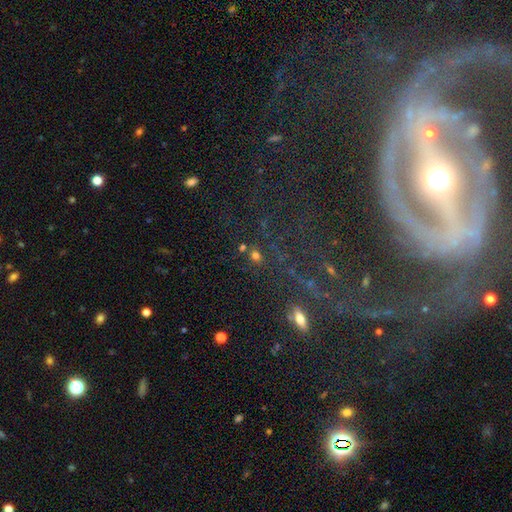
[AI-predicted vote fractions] This is possibly a smooth galaxy (57%). How rounded: likely round (75%). Merging: likely none (72%).